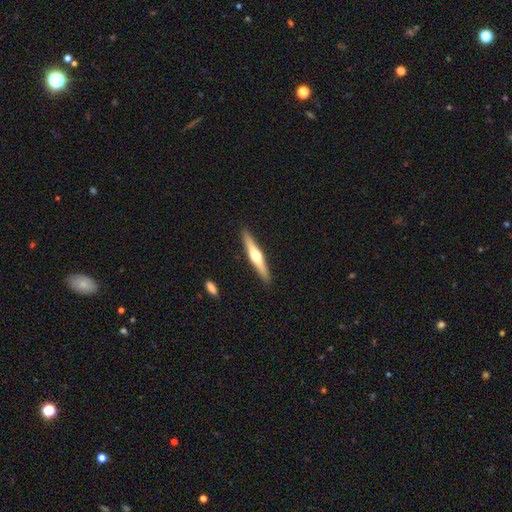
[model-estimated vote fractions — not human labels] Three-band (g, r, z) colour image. It shows a featured or disk galaxy (63%) viewed edge-on (97%) with a rounded central bulge (94%). Merging: none (91%).